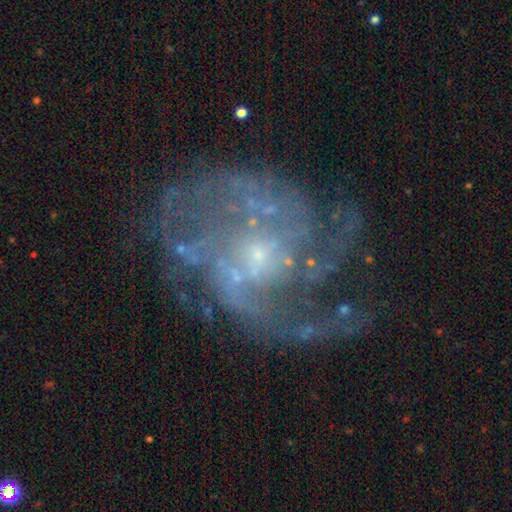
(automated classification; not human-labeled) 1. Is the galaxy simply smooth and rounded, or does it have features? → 86% featured or disk, 8% star or artifact, 5% smooth.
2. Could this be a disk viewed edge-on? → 98% no, 2% yes.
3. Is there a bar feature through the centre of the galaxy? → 65% no, 29% weak, 6% strong.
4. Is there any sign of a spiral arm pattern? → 92% yes, 8% no.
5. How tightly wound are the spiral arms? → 46% medium, 30% tight, 24% loose.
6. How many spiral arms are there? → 27% can't tell, 26% 2, 20% 3, 11% 4, 9% 1, 8% more than 4.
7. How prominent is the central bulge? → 73% small, 14% moderate, 11% none, 1% large, 1% dominant.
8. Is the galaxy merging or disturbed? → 55% none, 23% major disturbance, 18% minor disturbance, 4% merger.